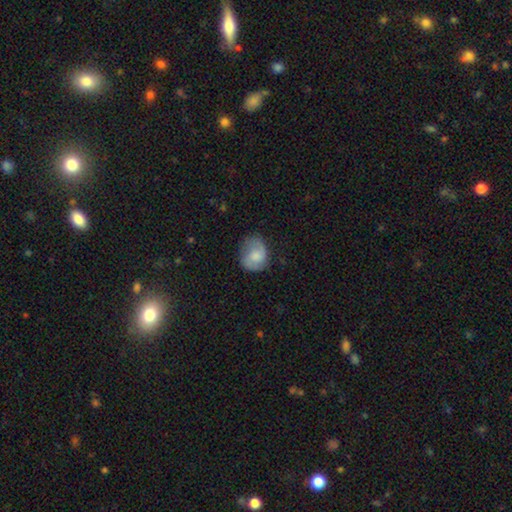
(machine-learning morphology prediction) Overall: smooth (55%; featured or disk 37%). How rounded: round (55%; in between 44%). Merging: none (58%; minor disturbance 29%).